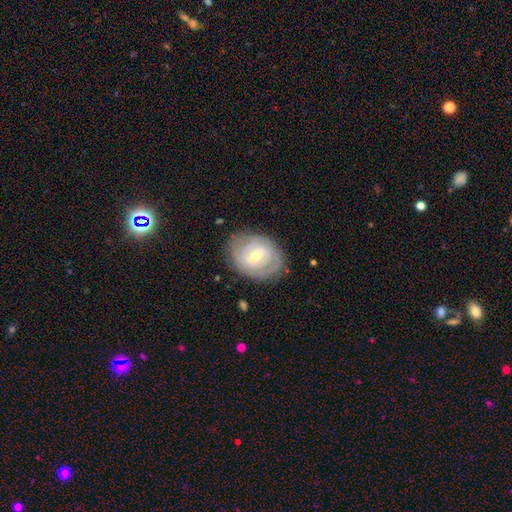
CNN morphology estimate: Smooth or featured? featured or disk (77%)
Edge-on disk? no (96%)
Bar? weak (52%)
Spiral arms? yes (83%)
Spiral winding? tight (70%)
Spiral arm count? 2 (43%)
Bulge size? moderate (56%)
Merging? none (80%)